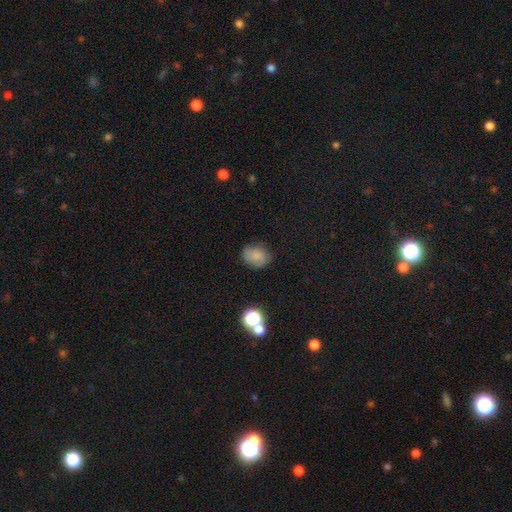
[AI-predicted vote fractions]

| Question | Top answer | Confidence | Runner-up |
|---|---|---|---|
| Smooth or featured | smooth | 78% | star or artifact (12%) |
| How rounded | round | 50% | in between (49%) |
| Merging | none | 74% | minor disturbance (19%) |